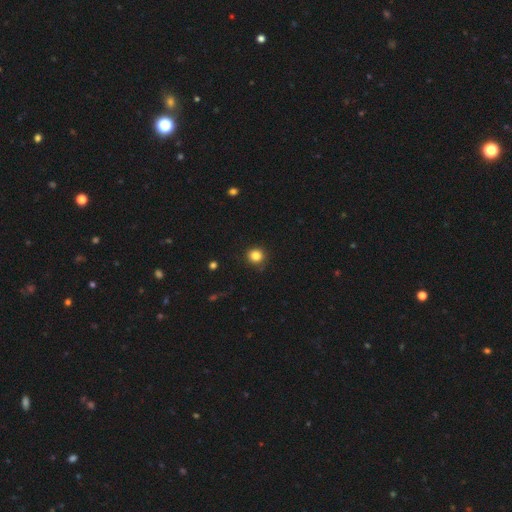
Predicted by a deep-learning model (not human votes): smooth-or-featured: smooth: 84% | star or artifact: 12% | featured or disk: 4%
  how-rounded: round: 91% | in between: 8% | cigar-shaped: 1%
  merging: none: 85% | minor disturbance: 11% | major disturbance: 3% | merger: 1%